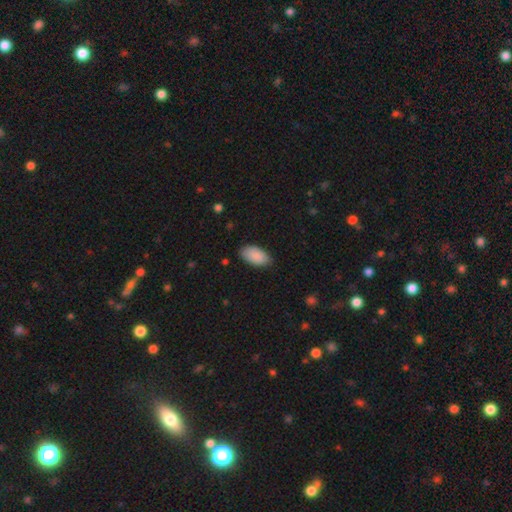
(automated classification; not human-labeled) Overall: smooth (89%). How rounded: in between (95%). Merging: none (82%).